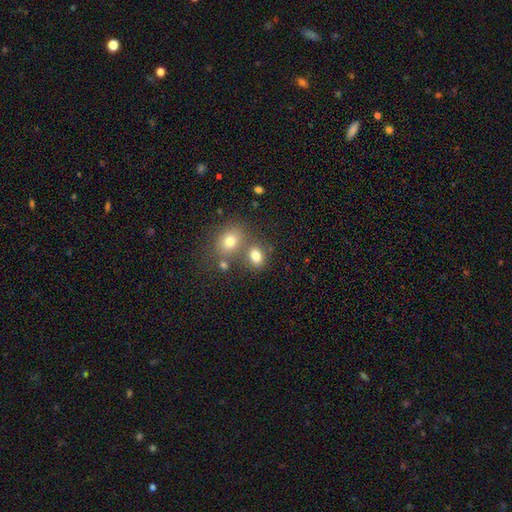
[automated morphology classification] smooth 78%, star or artifact 13%, featured or disk 9%. Down the decision tree: how rounded — in between (59%); merging — none (55%).